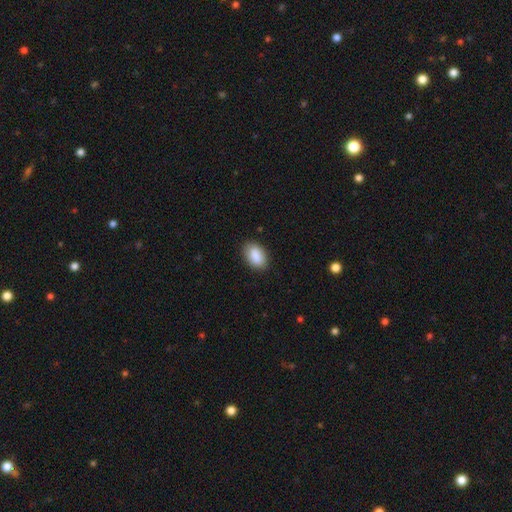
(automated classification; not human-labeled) Morphology: type=smooth (89%); roundness=in between (91%); merging=none (85%).